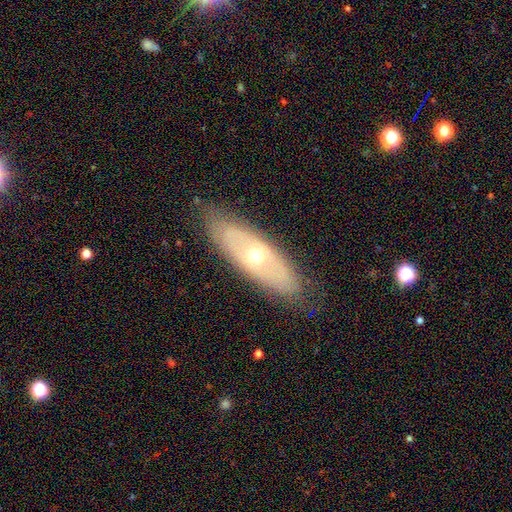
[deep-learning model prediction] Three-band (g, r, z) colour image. It shows a featured or disk galaxy (54%). Merging: none (80%).